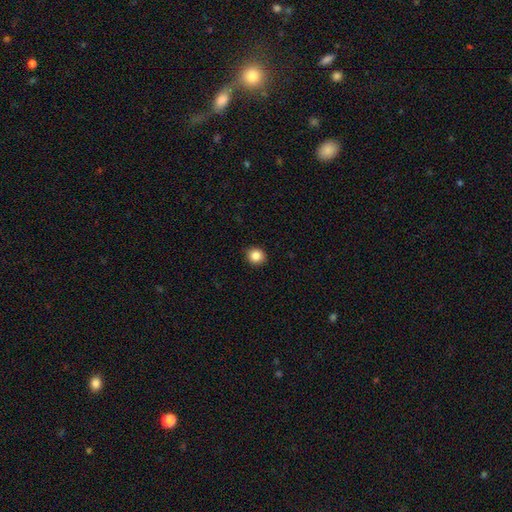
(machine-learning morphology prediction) smooth 86%, star or artifact 10%, featured or disk 5%. Down the decision tree: how rounded — round (85%); merging — none (91%).